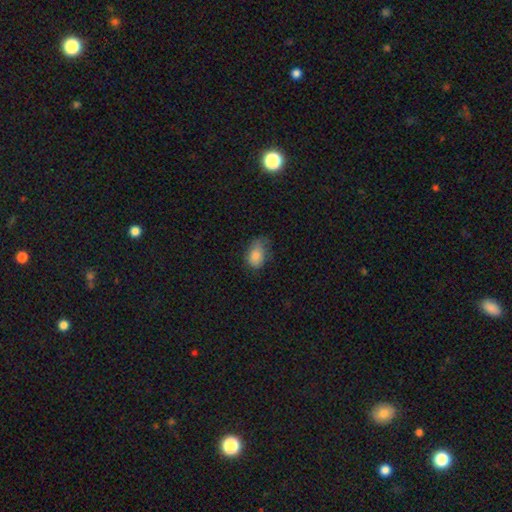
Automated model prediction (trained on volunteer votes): smooth_or_featured: smooth (p=0.82) [alt: featured or disk p=0.10]
how_rounded: in between (p=0.83) [alt: round p=0.16]
merging: none (p=0.48) [alt: minor disturbance p=0.36]